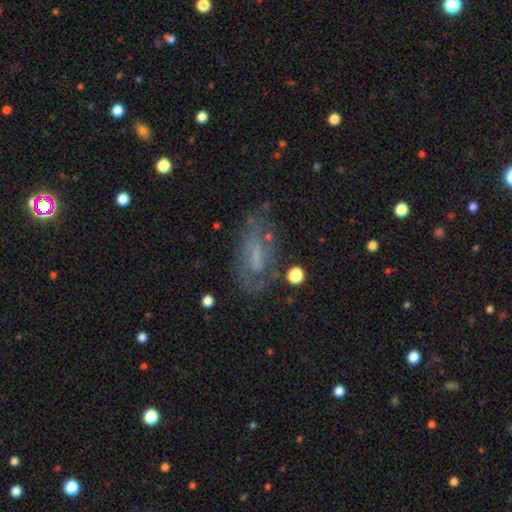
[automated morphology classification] smooth-or-featured: featured or disk: 54% | smooth: 34% | star or artifact: 11%
  disk-edge-on: no: 89% | yes: 11%
  merging: none: 58% | minor disturbance: 23% | major disturbance: 16% | merger: 3%